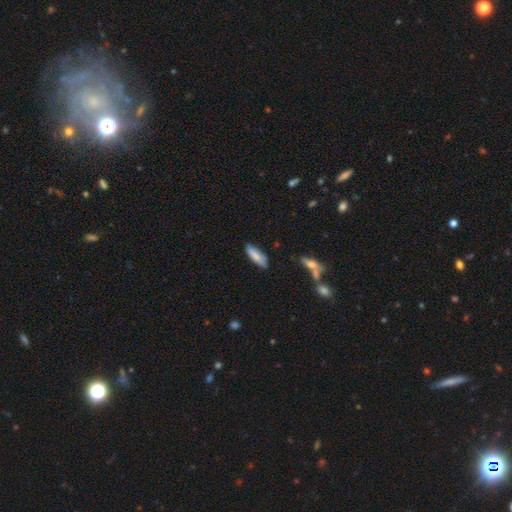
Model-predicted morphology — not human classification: smooth 81%, featured or disk 13%, star or artifact 6%. Down the decision tree: how rounded — in between (53%); merging — none (79%).